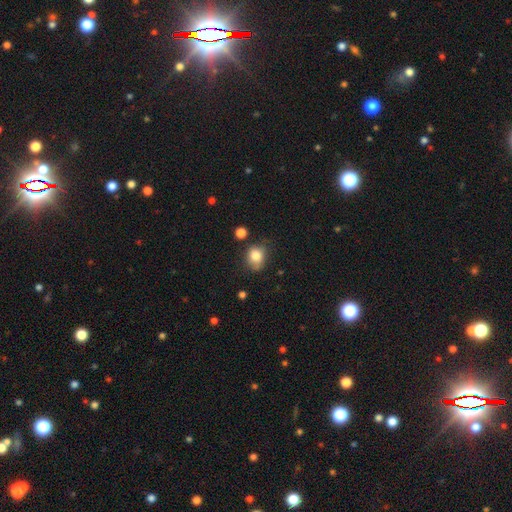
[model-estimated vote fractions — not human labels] Smooth or featured?
  - smooth: 81% *
  - star or artifact: 10%
  - featured or disk: 9%
How rounded?
  - round: 59% *
  - in between: 40%
  - cigar-shaped: 1%
Merging?
  - none: 63% *
  - minor disturbance: 26%
  - major disturbance: 7%
  - merger: 4%